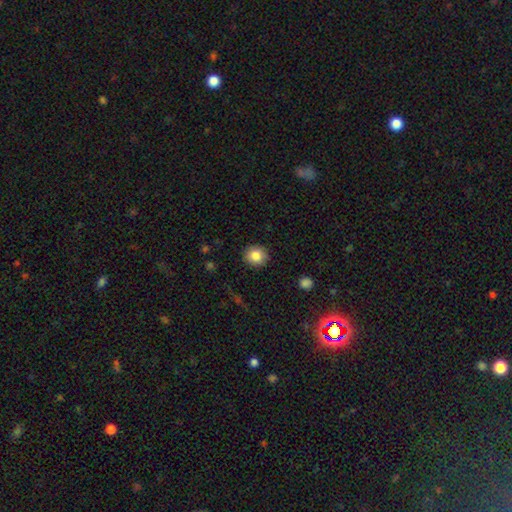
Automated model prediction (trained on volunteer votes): Q: Smooth or featured?
A: smooth (84%); runner-up: star or artifact (9%)
Q: How rounded?
A: round (84%); runner-up: in between (15%)
Q: Merging?
A: none (90%); runner-up: minor disturbance (7%)